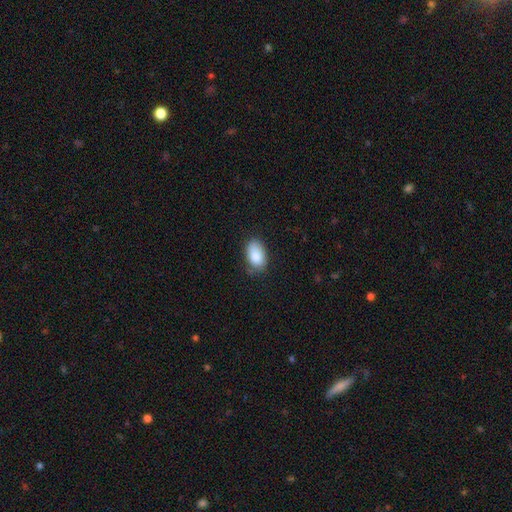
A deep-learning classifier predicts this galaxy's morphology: Overall: smooth (86%). How rounded: in between (91%). Merging: none (72%).